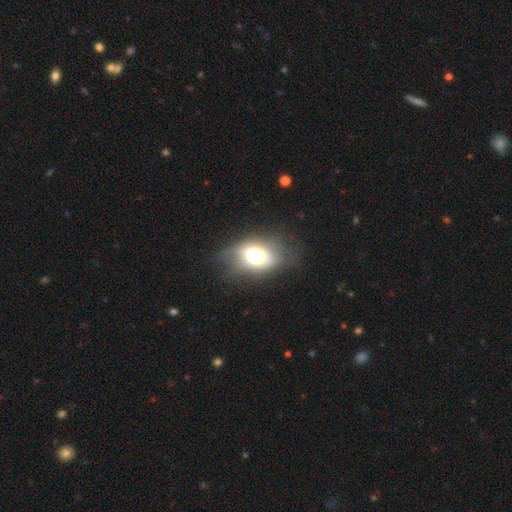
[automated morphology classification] A smooth galaxy with no disk features (63%) that is in between round and cigar-shaped (79%).

Vote fractions:
- Smooth or featured? smooth: 63% / featured or disk: 26% / star or artifact: 11%
- How rounded? in between: 79% / round: 19% / cigar-shaped: 2%
- Merging? none: 58% / minor disturbance: 25% / major disturbance: 15% / merger: 2%